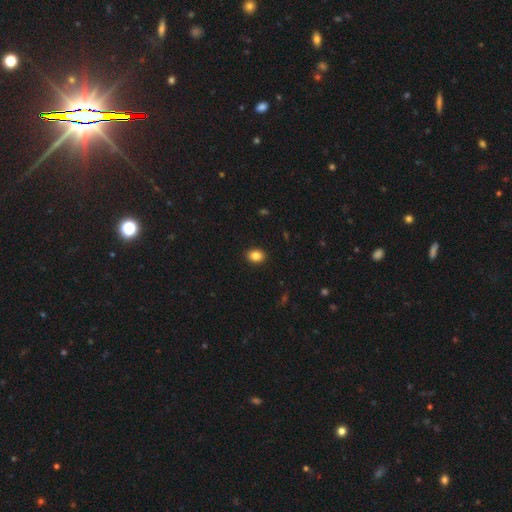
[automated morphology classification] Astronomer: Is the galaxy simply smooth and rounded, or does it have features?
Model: smooth — 86%.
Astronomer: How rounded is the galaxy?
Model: in between — 56% (runner-up: round, 43%).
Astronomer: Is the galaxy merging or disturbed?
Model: none — 91%.